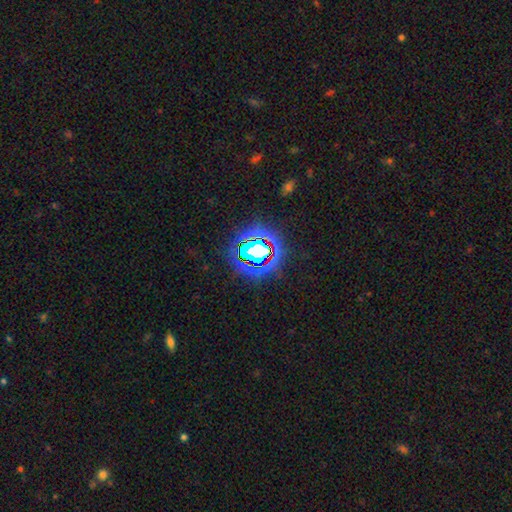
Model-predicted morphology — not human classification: Q: Smooth or featured?
A: star or artifact (75%); runner-up: smooth (14%)